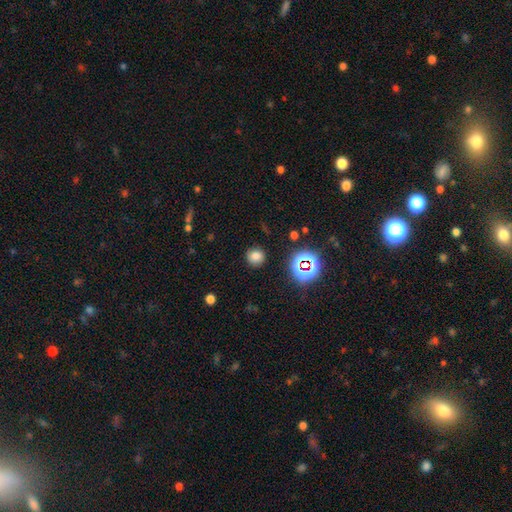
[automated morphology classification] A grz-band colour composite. It shows a smooth galaxy with no disk features (74%) that is round (89%). Merging: none (88%).